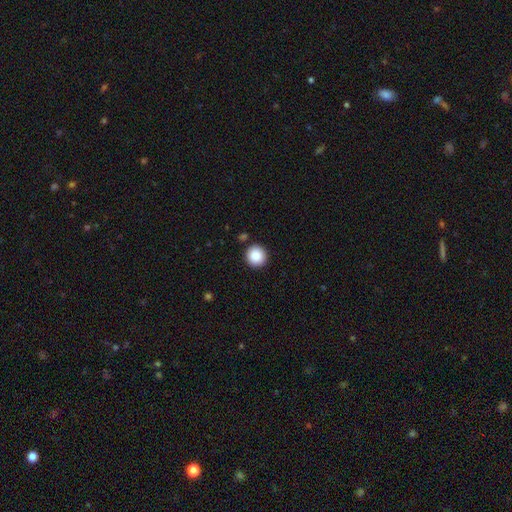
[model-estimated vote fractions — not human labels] Smooth or featured? smooth (88%)
How rounded? round (94%)
Merging? none (90%)